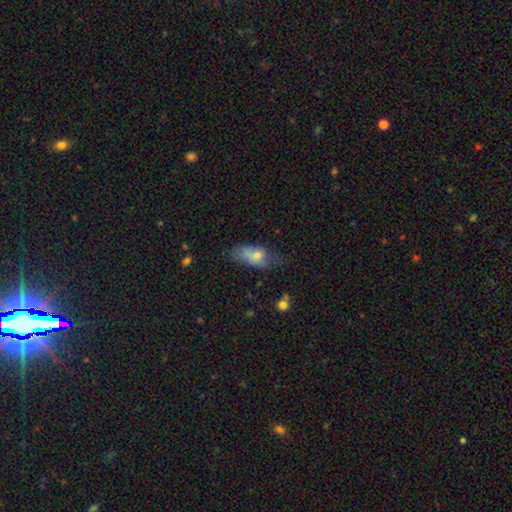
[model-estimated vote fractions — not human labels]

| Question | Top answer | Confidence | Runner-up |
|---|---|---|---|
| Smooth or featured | smooth | 69% | featured or disk (21%) |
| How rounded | in between | 86% | cigar-shaped (7%) |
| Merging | none | 35% | minor disturbance (34%) |